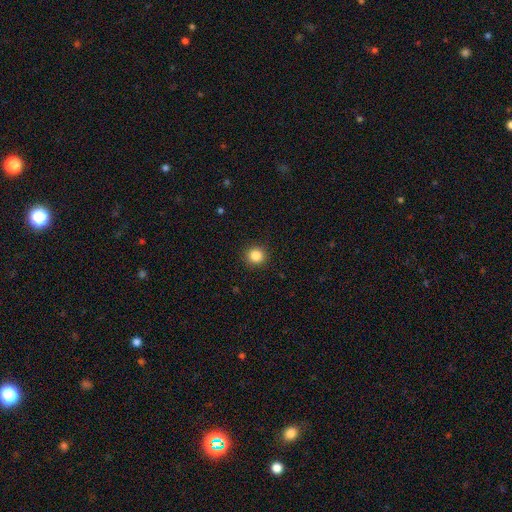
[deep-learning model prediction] Smooth or featured: smooth — 86% (star or artifact — 11%)
How rounded: round — 93% (in between — 6%)
Merging: none — 91% (minor disturbance — 6%)